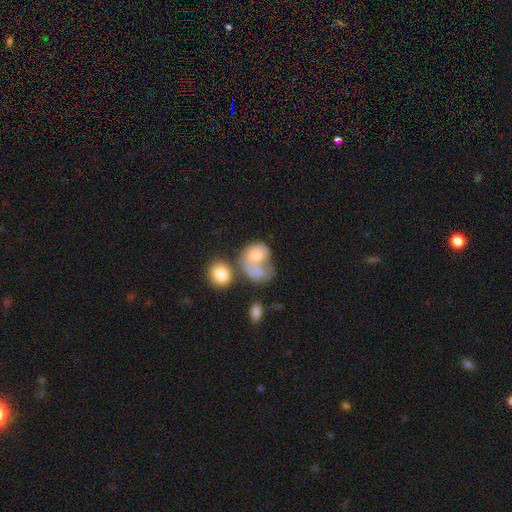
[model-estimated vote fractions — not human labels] smooth-or-featured: smooth: 60% | featured or disk: 32% | star or artifact: 8%
  how-rounded: in between: 55% | round: 44% | cigar-shaped: 1%
  merging: merger: 43% | major disturbance: 26% | none: 18% | minor disturbance: 14%